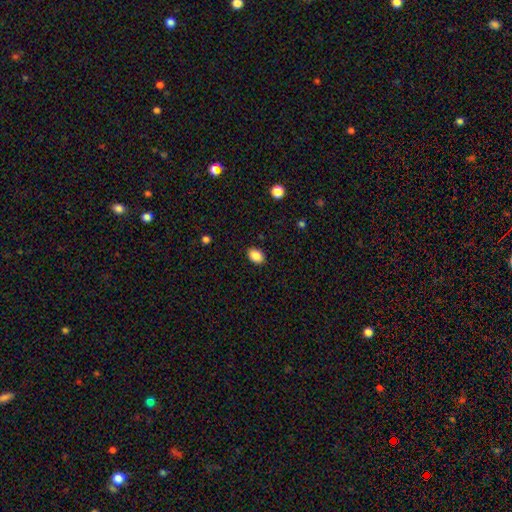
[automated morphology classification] smooth_or_featured: smooth (p=0.87) [alt: star or artifact p=0.09]
how_rounded: in between (p=0.70) [alt: round p=0.29]
merging: none (p=0.89) [alt: minor disturbance p=0.08]